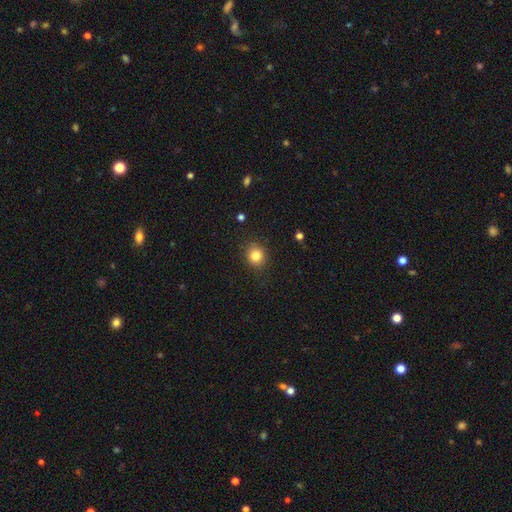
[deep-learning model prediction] smooth-or-featured: smooth: 83% | star or artifact: 11% | featured or disk: 6%
  how-rounded: round: 83% | in between: 16% | cigar-shaped: 1%
  merging: none: 87% | minor disturbance: 10% | major disturbance: 3% | merger: 1%